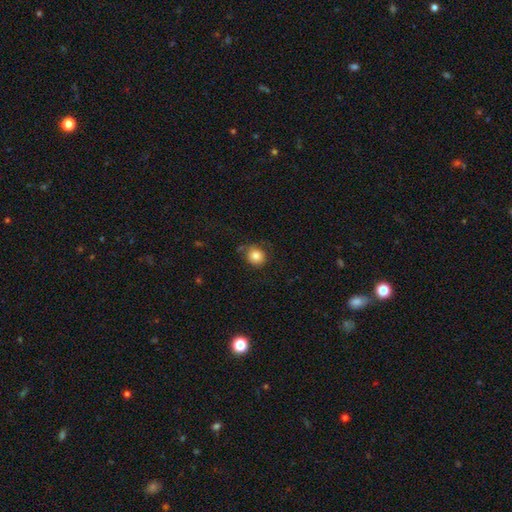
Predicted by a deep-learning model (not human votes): Smooth or featured?
  - smooth: 82% *
  - star or artifact: 10%
  - featured or disk: 8%
How rounded?
  - round: 83% *
  - in between: 16%
  - cigar-shaped: 1%
Merging?
  - none: 69% *
  - minor disturbance: 21%
  - major disturbance: 7%
  - merger: 3%